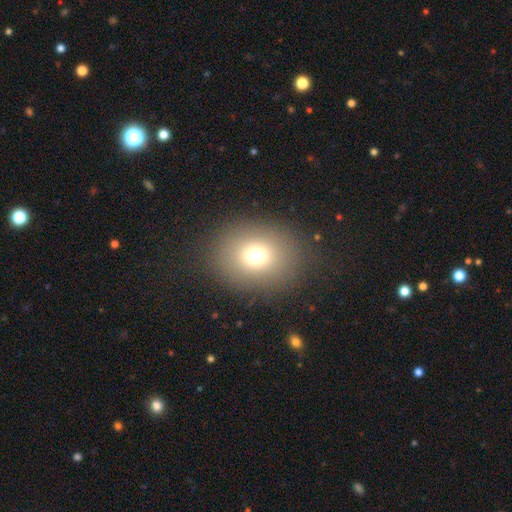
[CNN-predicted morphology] smooth 72%, star or artifact 16%, featured or disk 12%. Down the decision tree: how rounded — round (55%); merging — none (84%).